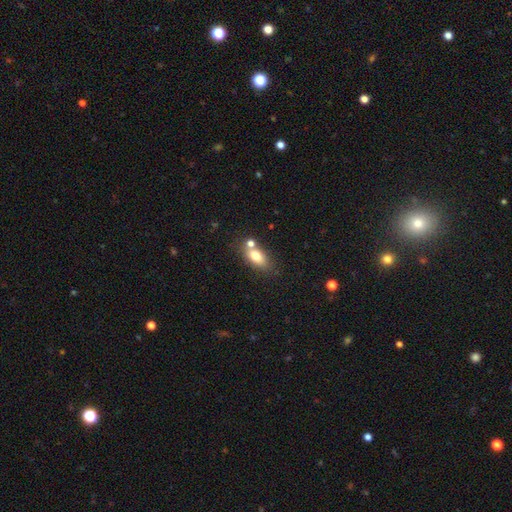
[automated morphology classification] A smooth galaxy with no disk features (76%) that is in between round and cigar-shaped (83%).

Vote fractions:
- Smooth or featured? smooth: 76% / featured or disk: 15% / star or artifact: 9%
- How rounded? in between: 83% / round: 10% / cigar-shaped: 7%
- Merging? none: 58% / merger: 24% / minor disturbance: 14% / major disturbance: 4%